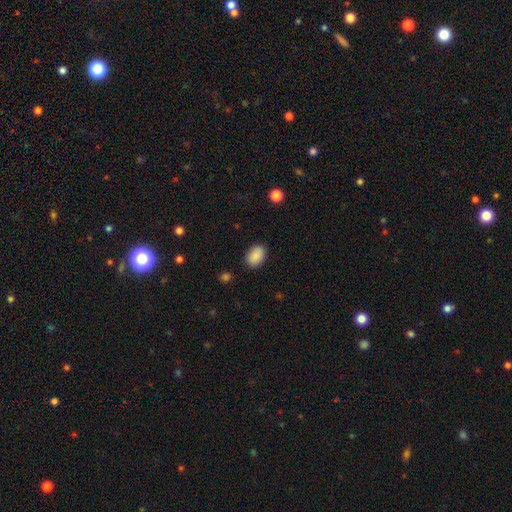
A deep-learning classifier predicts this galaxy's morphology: Q: Smooth or featured?
A: smooth (89%); runner-up: star or artifact (7%)
Q: How rounded?
A: in between (82%); runner-up: round (16%)
Q: Merging?
A: none (86%); runner-up: minor disturbance (10%)